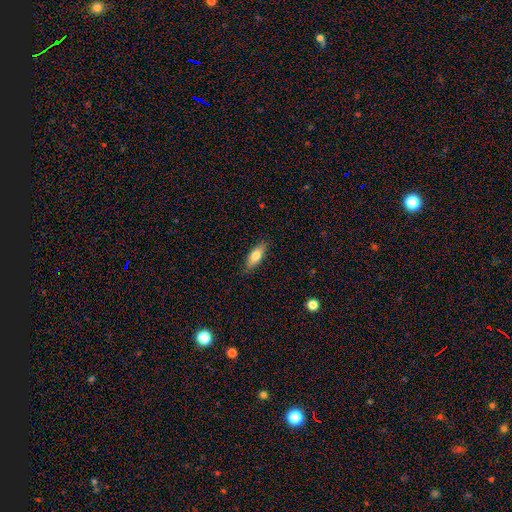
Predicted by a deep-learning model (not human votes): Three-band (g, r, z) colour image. It shows a smooth galaxy with no disk features (75%) that is in between round and cigar-shaped (73%). Merging: none (86%).